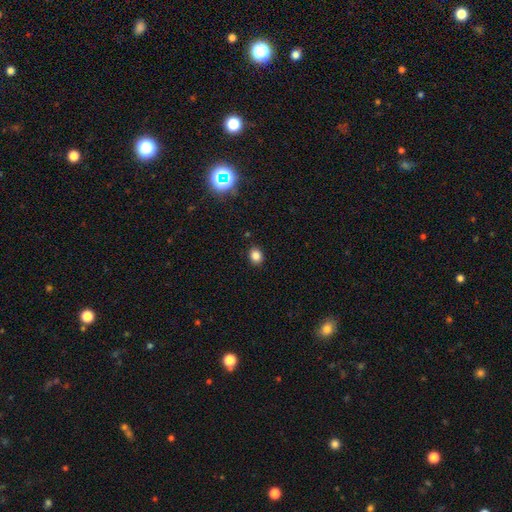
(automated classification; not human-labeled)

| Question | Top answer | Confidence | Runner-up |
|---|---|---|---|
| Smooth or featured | smooth | 83% | star or artifact (12%) |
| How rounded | round | 58% | in between (41%) |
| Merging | none | 88% | minor disturbance (8%) |